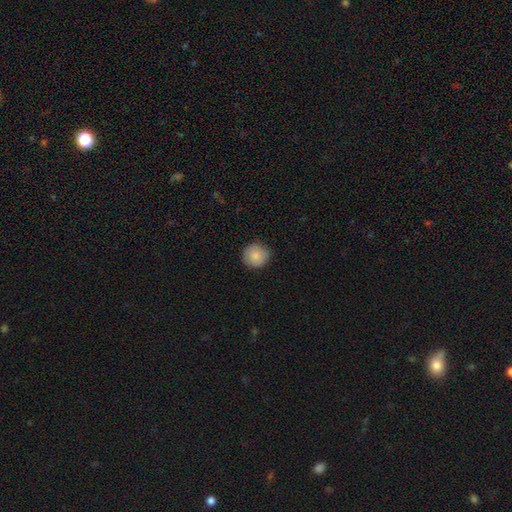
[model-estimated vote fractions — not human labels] smooth_or_featured: smooth (p=0.86) [alt: star or artifact p=0.07]
how_rounded: round (p=0.93) [alt: in between p=0.06]
merging: none (p=0.87) [alt: minor disturbance p=0.10]